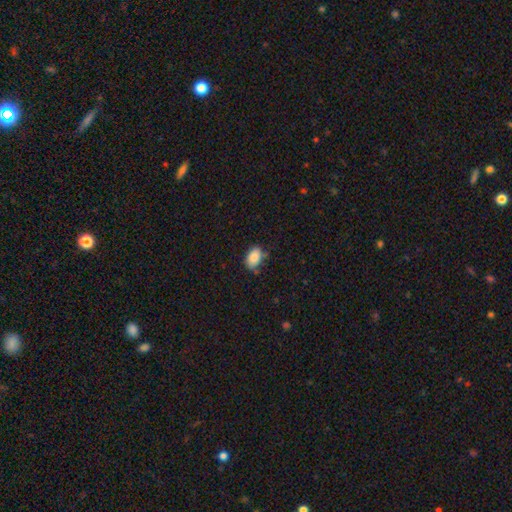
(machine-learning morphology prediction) A smooth galaxy with no disk features (85%) that is in between round and cigar-shaped (90%). Merging: none (68%).